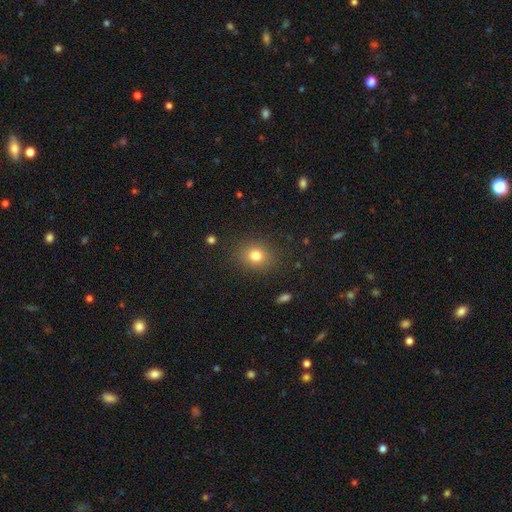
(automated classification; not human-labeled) The model was most divided on "how rounded": round: 63%, in between: 36%, cigar-shaped: 1%. More confident: merging — none (86%); smooth or featured — smooth (79%).